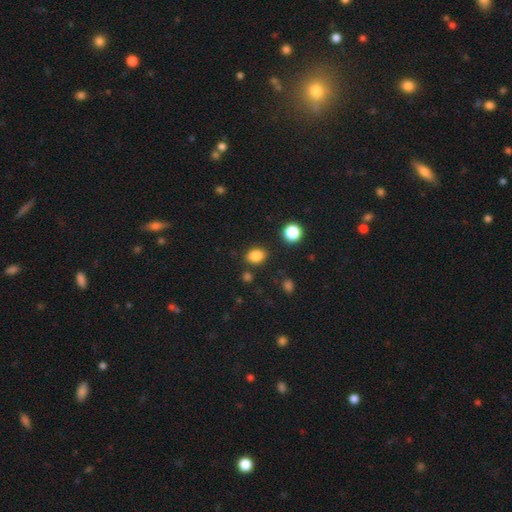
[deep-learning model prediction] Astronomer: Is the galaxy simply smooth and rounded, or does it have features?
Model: smooth — 85%.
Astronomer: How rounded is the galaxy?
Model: in between — 70%.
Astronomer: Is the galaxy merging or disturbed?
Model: none — 83%.